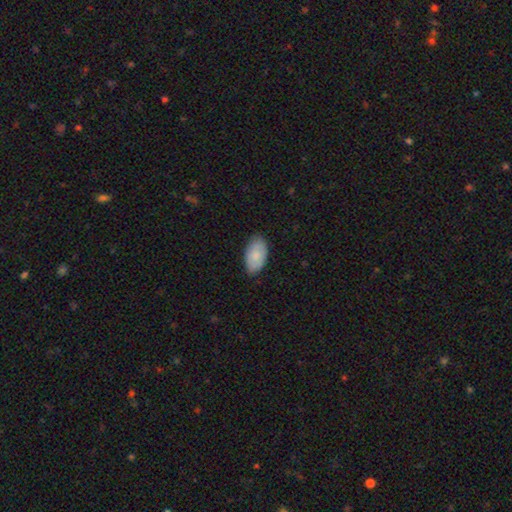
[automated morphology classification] Smooth or featured? Predicted: smooth (p=0.79). How rounded? Predicted: in between (p=0.94). Merging? Predicted: none (p=0.82).